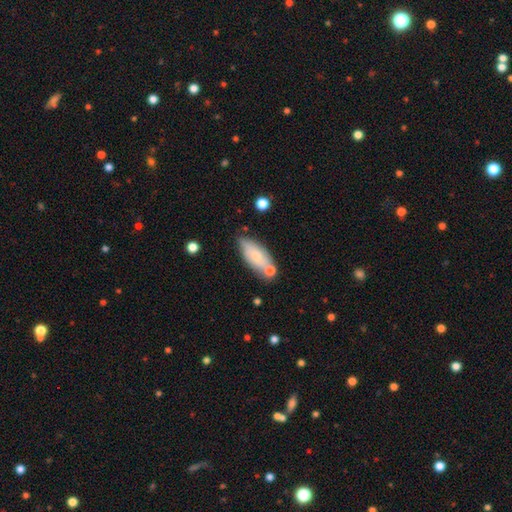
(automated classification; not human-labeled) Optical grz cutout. It shows a smooth galaxy with no disk features (64%) that is in between round and cigar-shaped (81%). Merging: none (56%).